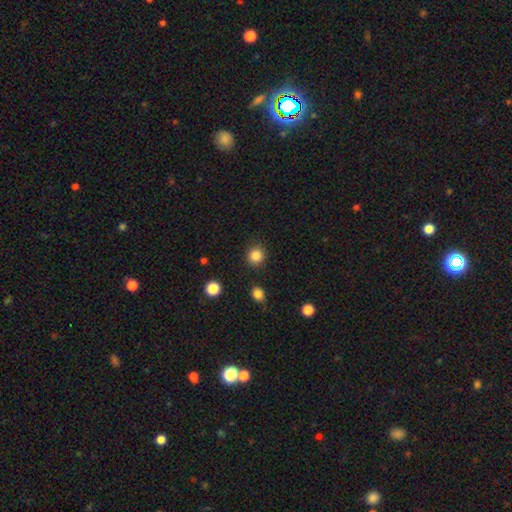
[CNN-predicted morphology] This is clearly a smooth galaxy (85%). How rounded: clearly round (89%). Merging: clearly none (89%).